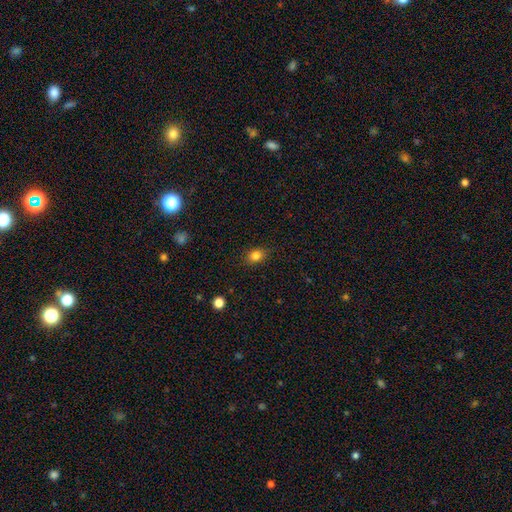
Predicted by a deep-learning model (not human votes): Smooth or featured: smooth — 82% (star or artifact — 12%)
How rounded: in between — 51% (round — 47%)
Merging: none — 86% (minor disturbance — 11%)